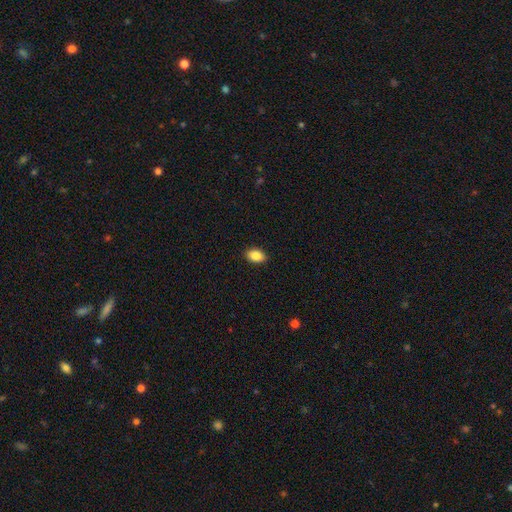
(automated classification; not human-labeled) A smooth galaxy with no disk features (88%) that is in between round and cigar-shaped (86%). Merging: none (90%).